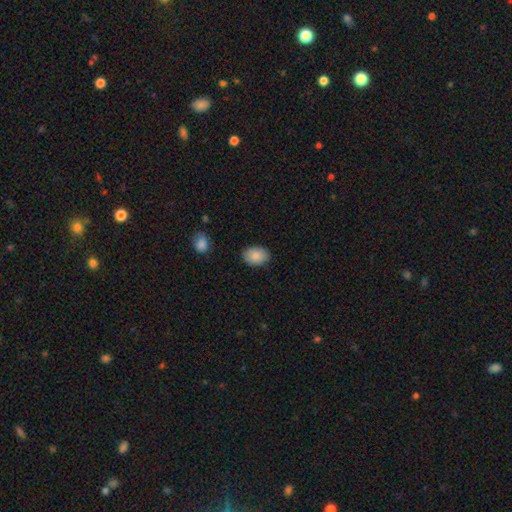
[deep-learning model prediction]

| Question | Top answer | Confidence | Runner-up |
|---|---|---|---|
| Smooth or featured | smooth | 87% | star or artifact (7%) |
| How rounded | in between | 77% | round (22%) |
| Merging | none | 86% | minor disturbance (11%) |